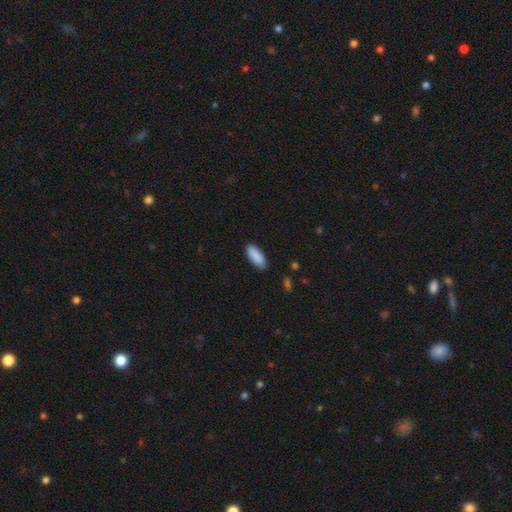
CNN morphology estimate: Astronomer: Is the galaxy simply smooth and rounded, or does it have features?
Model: smooth — 89%.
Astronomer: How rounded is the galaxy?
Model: in between — 73%.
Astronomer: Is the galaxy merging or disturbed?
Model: none — 86%.